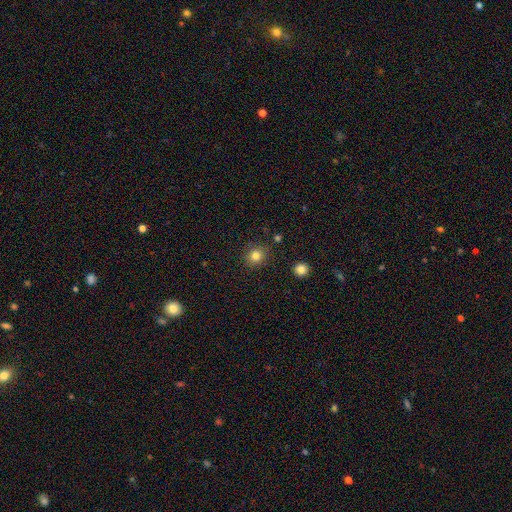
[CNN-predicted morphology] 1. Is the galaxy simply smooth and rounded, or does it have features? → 81% smooth, 12% star or artifact, 6% featured or disk.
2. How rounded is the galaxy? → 83% round, 16% in between, 1% cigar-shaped.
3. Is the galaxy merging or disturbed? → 87% none, 9% minor disturbance, 2% major disturbance, 2% merger.